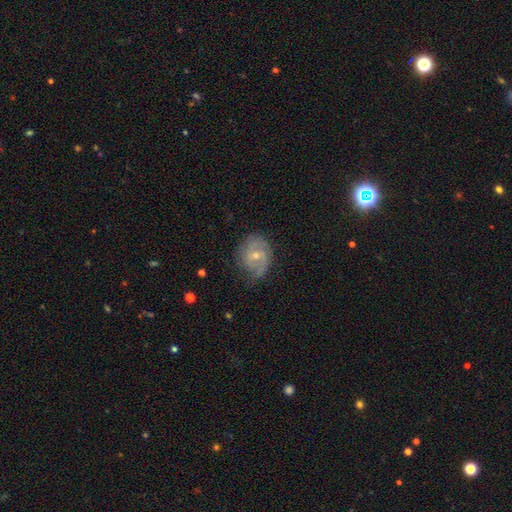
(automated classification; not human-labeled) Smooth or featured? featured or disk (75%)
Edge-on disk? no (97%)
Bar? weak (47%)
Spiral arms? yes (91%)
Spiral winding? tight (47%)
Spiral arm count? 2 (56%)
Bulge size? small (53%)
Merging? none (64%)